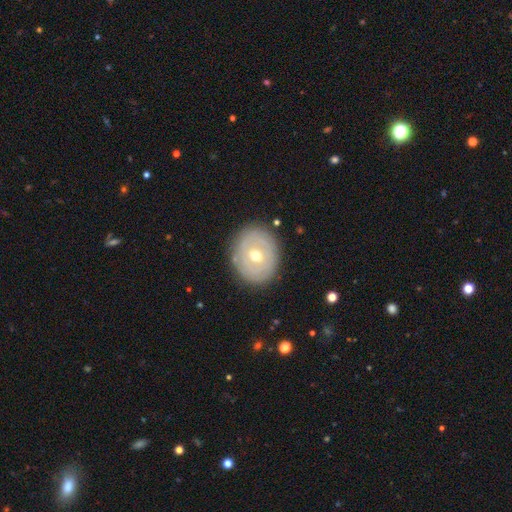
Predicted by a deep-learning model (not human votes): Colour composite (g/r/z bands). It shows a featured or disk galaxy (60%) with no bar (75%), no spiral arms (54%) and a moderate central bulge (60%). Merging: none (85%).